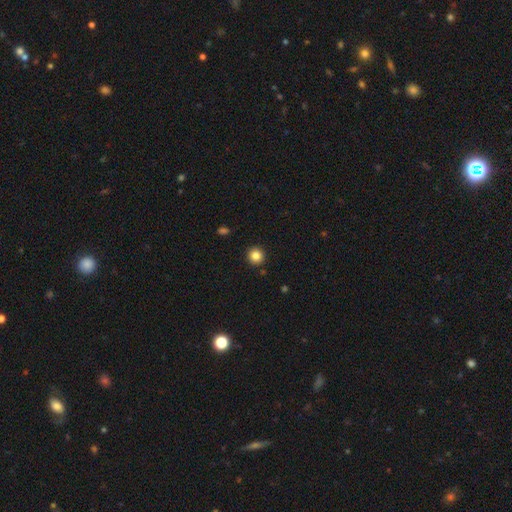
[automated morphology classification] This appears to be a smooth galaxy with no disk features (84%) that is round (95%). Merging: none (92%).